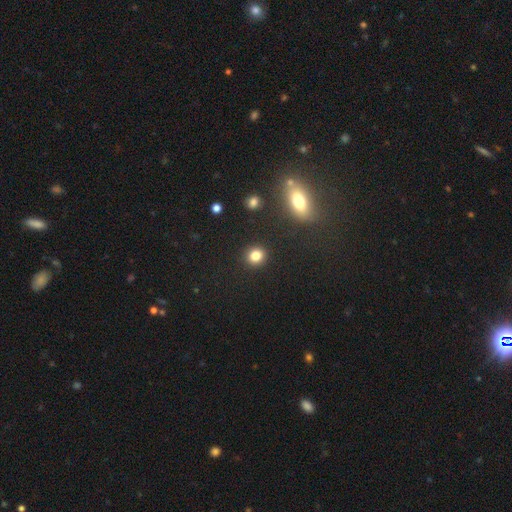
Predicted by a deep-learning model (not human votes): Q: Smooth or featured?
A: smooth (83%); runner-up: star or artifact (12%)
Q: How rounded?
A: round (76%); runner-up: in between (23%)
Q: Merging?
A: none (90%); runner-up: minor disturbance (6%)